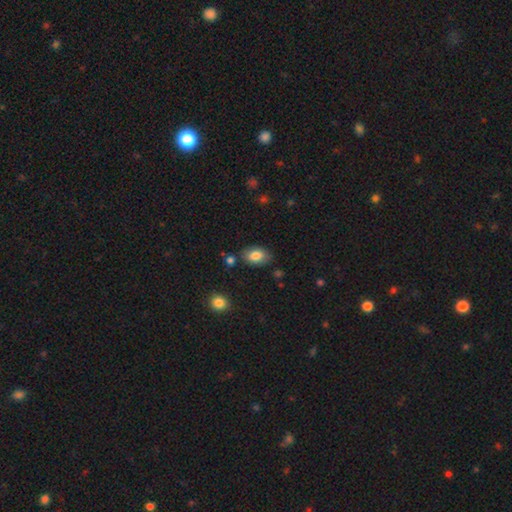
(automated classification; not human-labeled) Morphology: type=smooth (81%); roundness=in between (88%); merging=none (79%).